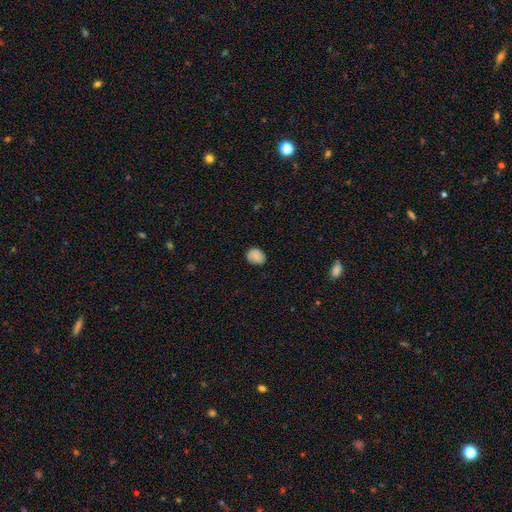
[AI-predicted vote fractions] Smooth or featured? smooth (85%)
How rounded? round (50%)
Merging? none (80%)